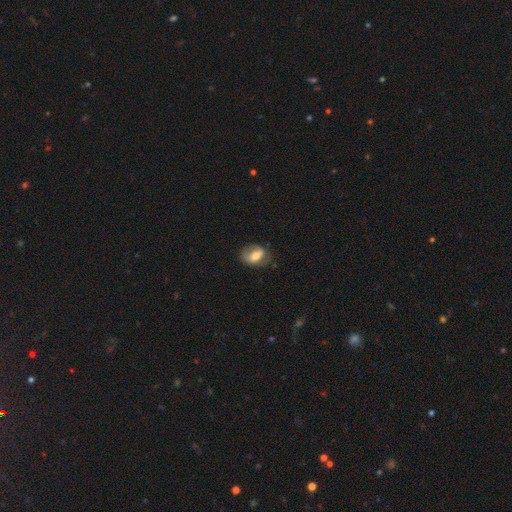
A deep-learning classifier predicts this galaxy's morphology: A smooth galaxy with no disk features (56%) that is in between round and cigar-shaped (77%). Merging: none (66%).